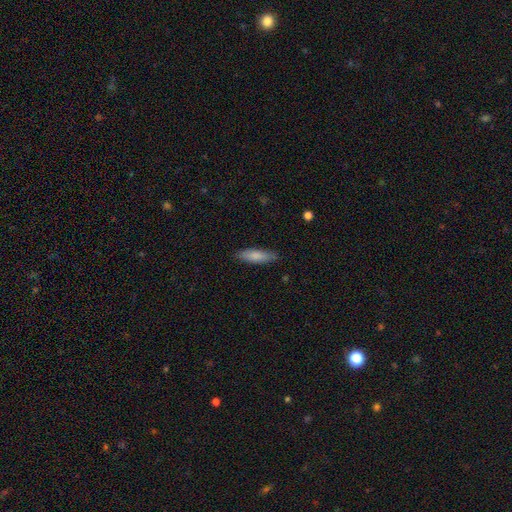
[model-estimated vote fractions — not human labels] A smooth galaxy with no disk features (79%) that is cigar-shaped (60%).

Vote fractions:
- Smooth or featured? smooth: 79% / featured or disk: 15% / star or artifact: 6%
- How rounded? cigar-shaped: 60% / in between: 38% / round: 2%
- Merging? none: 85% / minor disturbance: 11% / major disturbance: 2% / merger: 1%